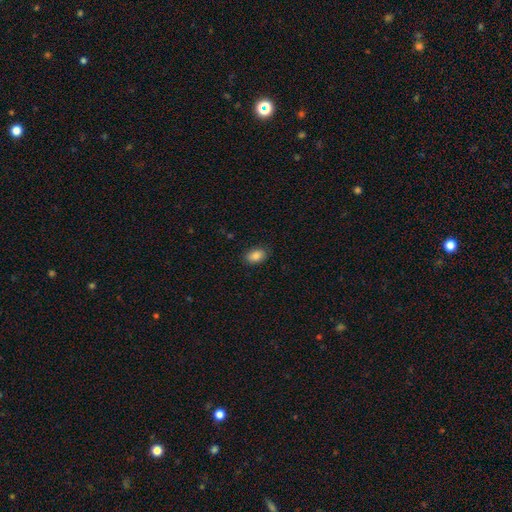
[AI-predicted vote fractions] Smooth or featured? Predicted: smooth (p=0.87). How rounded? Predicted: in between (p=0.90). Merging? Predicted: none (p=0.87).